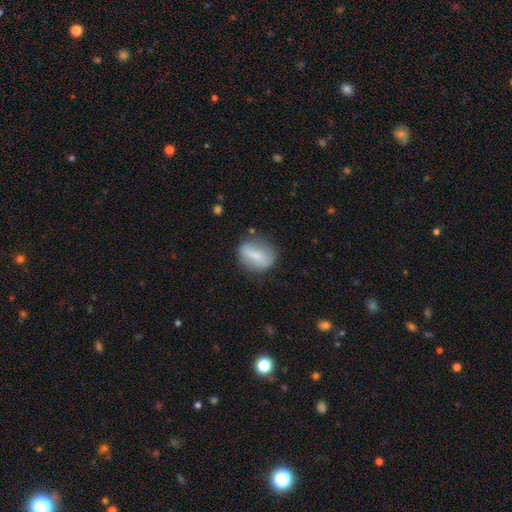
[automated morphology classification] Smooth or featured? smooth (63%)
How rounded? in between (60%)
Merging? none (72%)